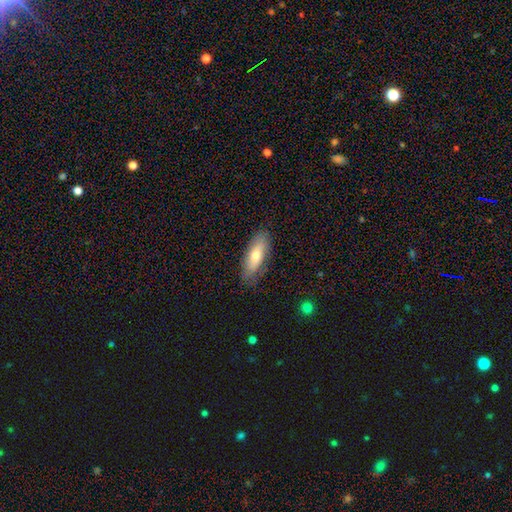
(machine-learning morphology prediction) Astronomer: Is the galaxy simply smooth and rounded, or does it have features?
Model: smooth — 65%.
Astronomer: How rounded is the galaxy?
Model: in between — 66%.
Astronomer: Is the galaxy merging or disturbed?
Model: none — 81%.